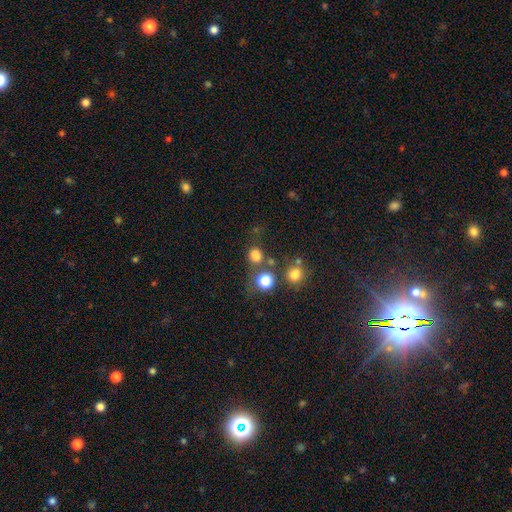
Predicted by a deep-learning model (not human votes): smooth-or-featured: smooth: 77% | star or artifact: 17% | featured or disk: 6%
  how-rounded: round: 82% | in between: 17% | cigar-shaped: 1%
  merging: none: 68% | merger: 15% | minor disturbance: 11% | major disturbance: 6%